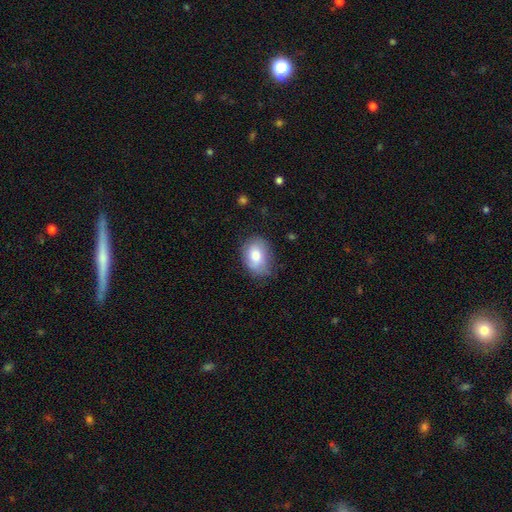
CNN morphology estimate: Overall: smooth (76%). How rounded: in between (73%). Merging: none (66%; minor disturbance 27%).